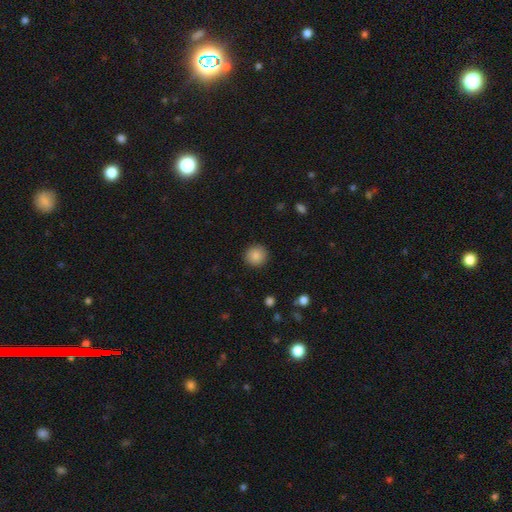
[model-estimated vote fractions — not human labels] This is clearly a smooth galaxy (86%). How rounded: clearly round (94%). Merging: clearly none (92%).